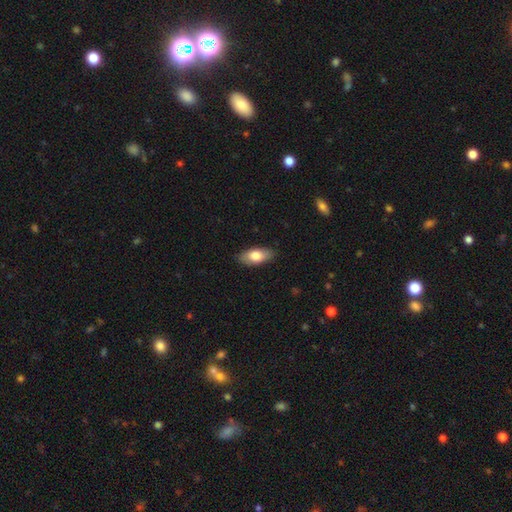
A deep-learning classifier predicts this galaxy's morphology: smooth-or-featured: smooth: 77% | featured or disk: 17% | star or artifact: 6%
  how-rounded: in between: 86% | cigar-shaped: 11% | round: 3%
  merging: none: 87% | minor disturbance: 10% | major disturbance: 2% | merger: 1%